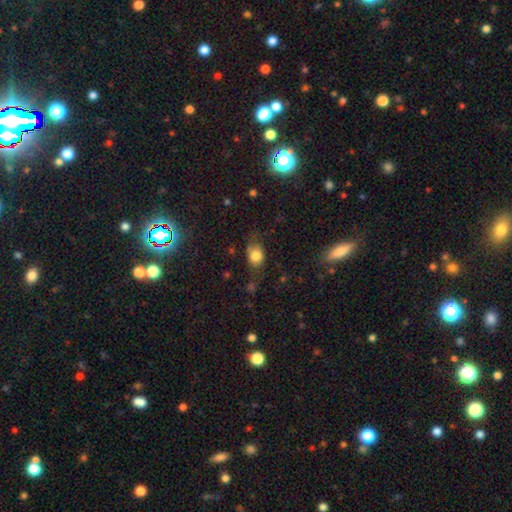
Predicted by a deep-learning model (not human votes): smooth 79%, featured or disk 11%, star or artifact 10%. Down the decision tree: how rounded — in between (66%); merging — none (59%).